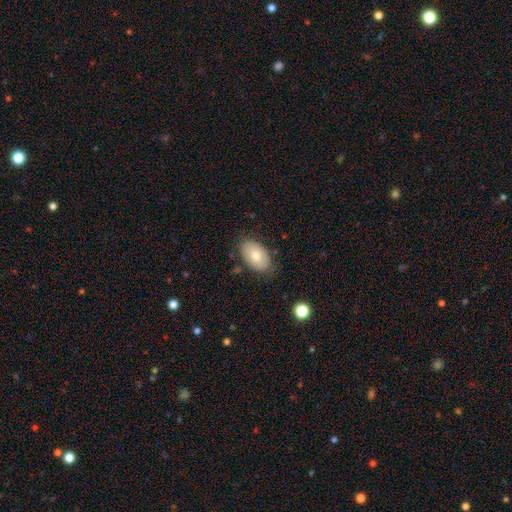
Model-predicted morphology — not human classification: smooth_or_featured: smooth (p=0.74) [alt: featured or disk p=0.19]
how_rounded: in between (p=0.92) [alt: round p=0.06]
merging: none (p=0.79) [alt: minor disturbance p=0.16]